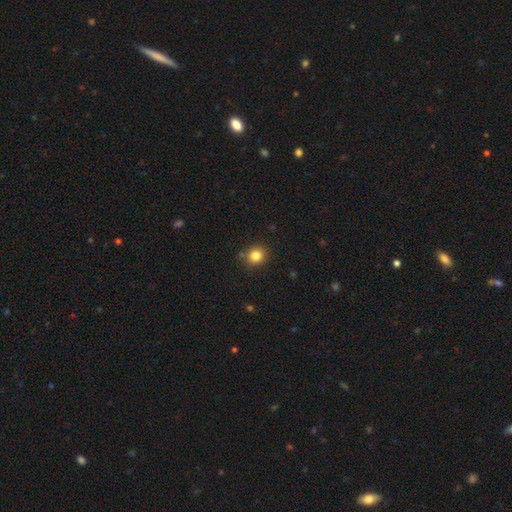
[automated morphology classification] The model was most divided on "how rounded": round: 83%, in between: 17%, cigar-shaped: 1%. More confident: merging — none (85%); smooth or featured — smooth (83%).